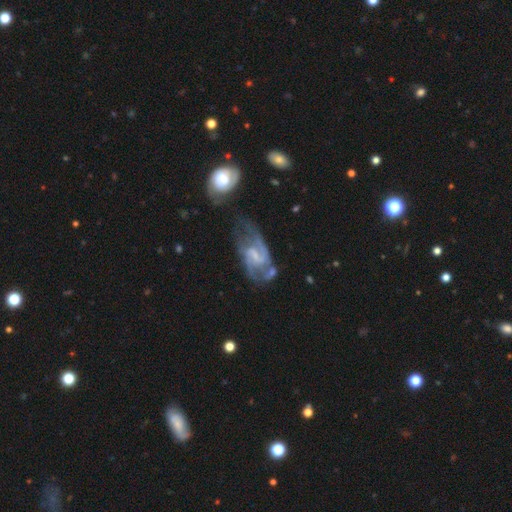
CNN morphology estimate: A featured or disk galaxy (86%) with a weak bar (55%), 2 (78%) medium (50%) spiral arms (94%) and a small central bulge (46%). Merging: none (42%).